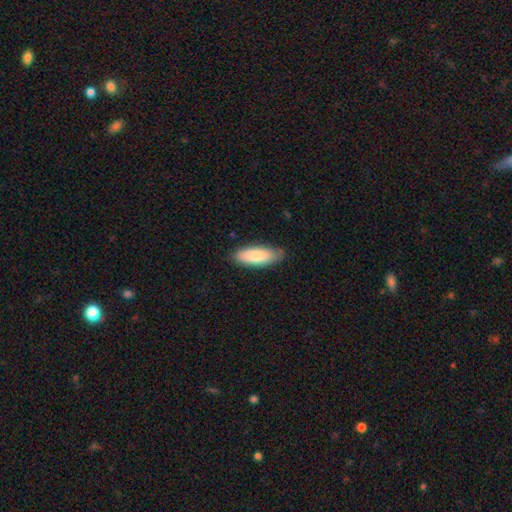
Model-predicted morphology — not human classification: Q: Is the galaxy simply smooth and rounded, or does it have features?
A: smooth — 83%.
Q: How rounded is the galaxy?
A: in between — 71%.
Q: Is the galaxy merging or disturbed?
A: none — 80%.